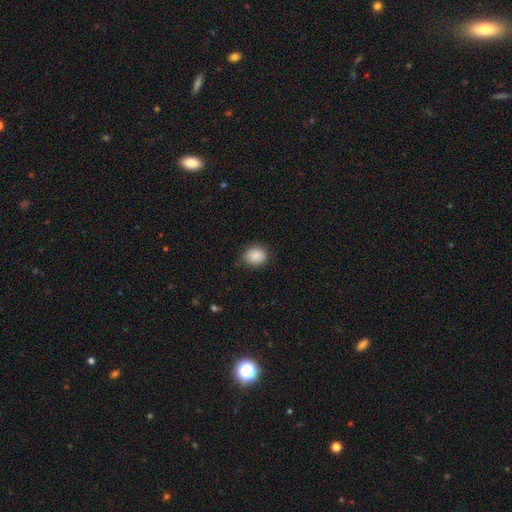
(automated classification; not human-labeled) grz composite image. It shows a smooth galaxy with no disk features (88%) that is round (62%). Merging: none (80%).